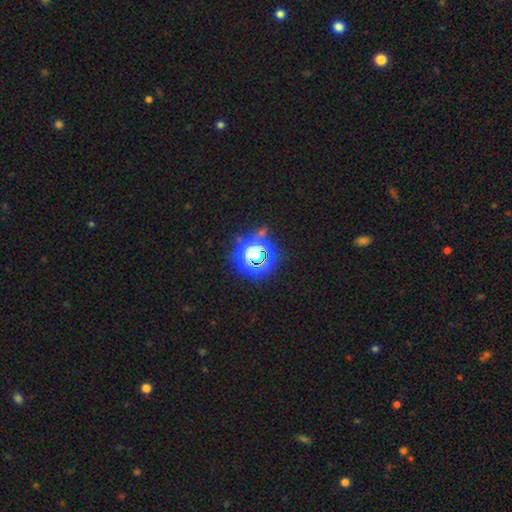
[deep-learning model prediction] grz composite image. It shows a star or artifact, not a galaxy (75%).